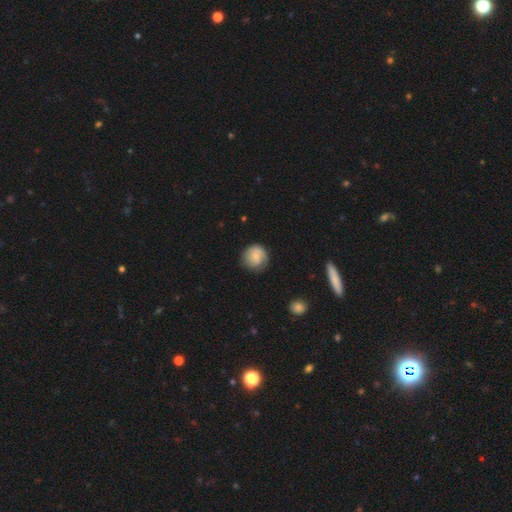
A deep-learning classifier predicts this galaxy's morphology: smooth-or-featured: smooth: 49% | featured or disk: 44% | star or artifact: 7%
  merging: none: 74% | minor disturbance: 19% | major disturbance: 6% | merger: 1%